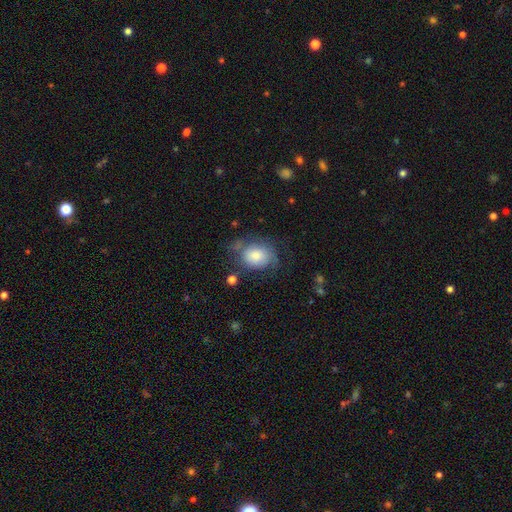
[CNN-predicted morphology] smooth-or-featured: smooth: 68% | featured or disk: 23% | star or artifact: 8%
  how-rounded: in between: 51% | round: 48% | cigar-shaped: 1%
  merging: none: 48% | minor disturbance: 29% | major disturbance: 19% | merger: 4%